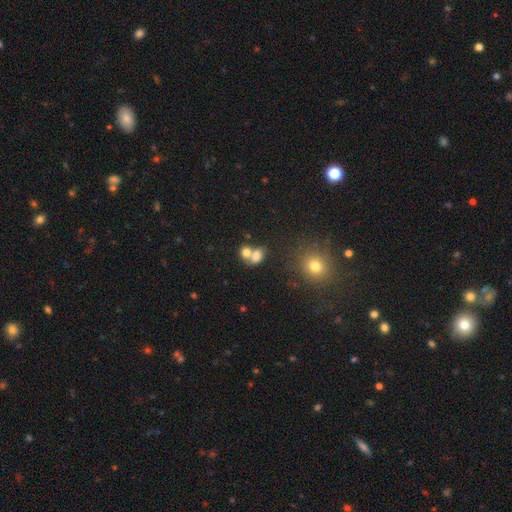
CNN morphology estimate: type=smooth (74%); roundness=in between (59%); merging=merger (60%).